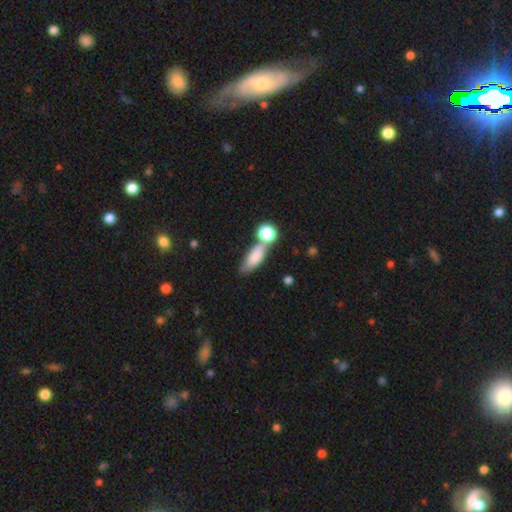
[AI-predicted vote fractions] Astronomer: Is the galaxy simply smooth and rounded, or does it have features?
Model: smooth — 78%.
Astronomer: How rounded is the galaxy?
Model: in between — 67%.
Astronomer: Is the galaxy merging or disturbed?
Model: none — 44% (runner-up: merger, 34%).